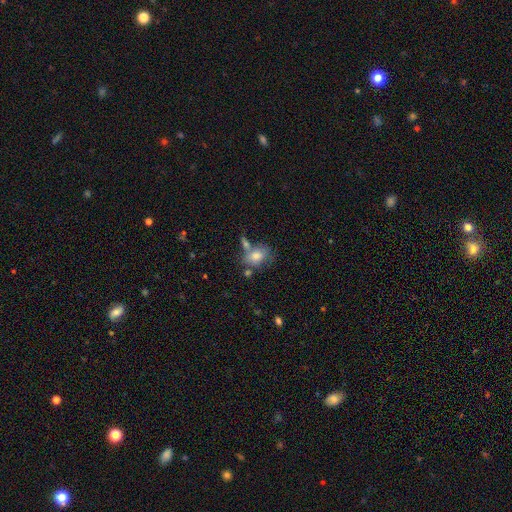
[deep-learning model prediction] Q: Smooth or featured?
A: smooth (74%); runner-up: featured or disk (15%)
Q: How rounded?
A: in between (74%); runner-up: round (24%)
Q: Merging?
A: none (50%); runner-up: merger (23%)